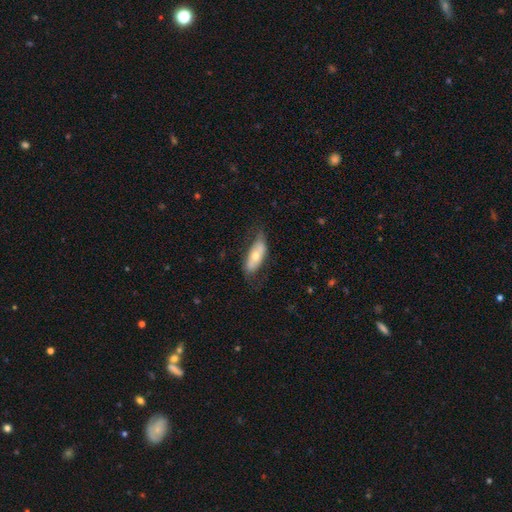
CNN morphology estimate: Smooth or featured?
  - smooth: 56% *
  - featured or disk: 38%
  - star or artifact: 6%
How rounded?
  - in between: 74% *
  - cigar-shaped: 23%
  - round: 3%
Merging?
  - none: 68% *
  - minor disturbance: 23%
  - major disturbance: 8%
  - merger: 1%